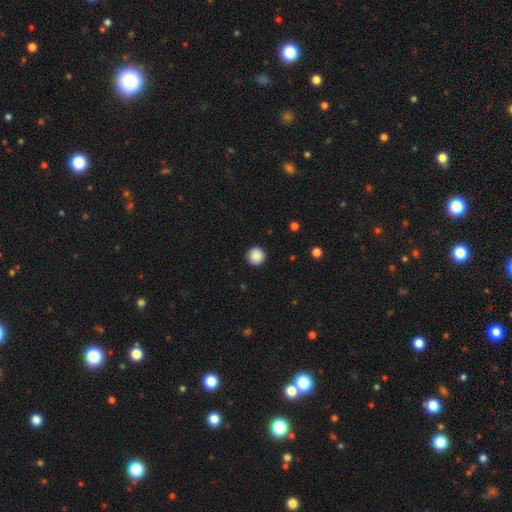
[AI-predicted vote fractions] This appears to be a smooth galaxy with no disk features (88%) that is round (96%). Merging: none (92%).